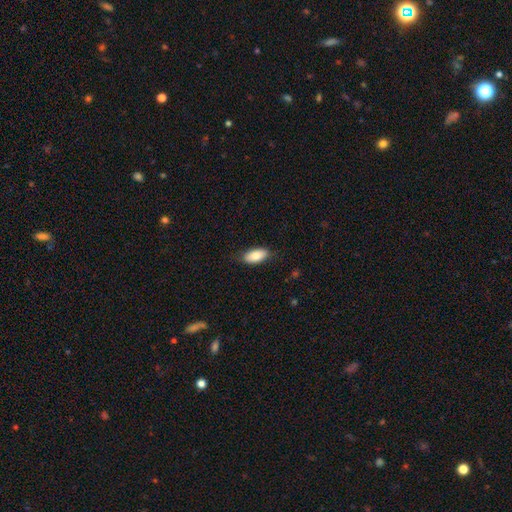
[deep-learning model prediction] Smooth or featured? Predicted: smooth (p=0.83). How rounded? Predicted: in between (p=0.90). Merging? Predicted: none (p=0.81).